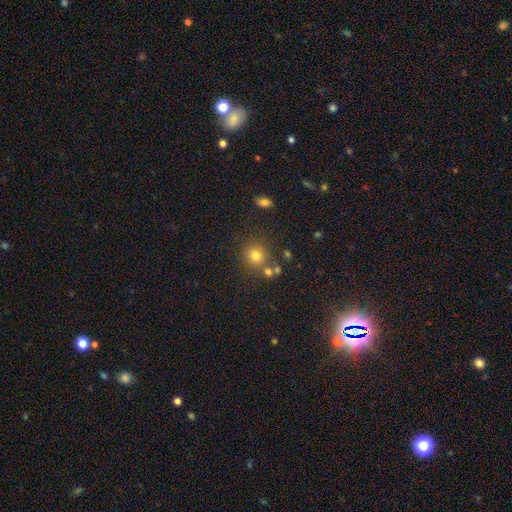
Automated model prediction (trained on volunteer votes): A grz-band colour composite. It shows a smooth galaxy with no disk features (76%) that is round (88%). Merging: none (72%).